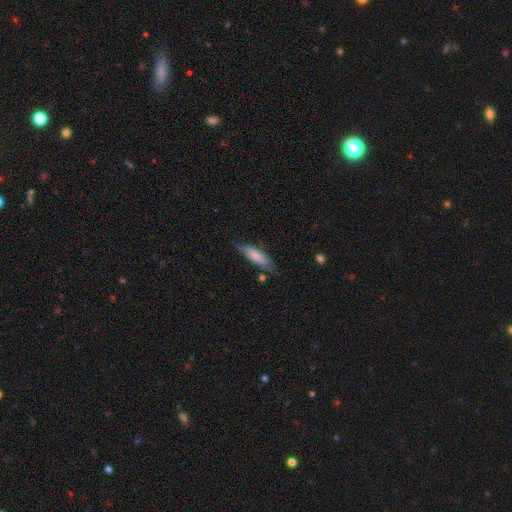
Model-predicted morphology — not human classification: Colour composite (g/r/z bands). It shows a smooth galaxy with no disk features (76%) that is cigar-shaped (58%). Merging: none (72%).